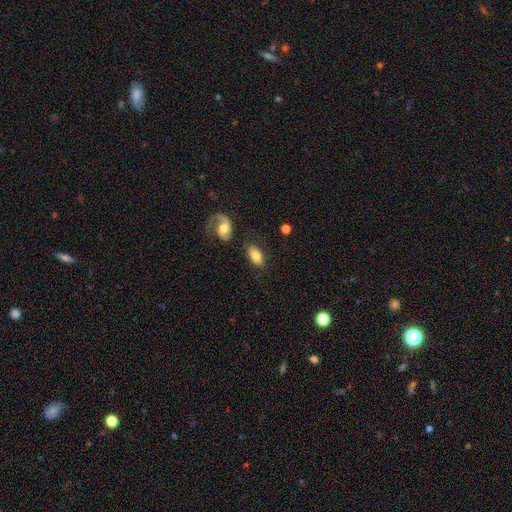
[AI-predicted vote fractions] This appears to be a smooth galaxy with no disk features (75%) that is in between round and cigar-shaped (91%). Merging: none (71%).